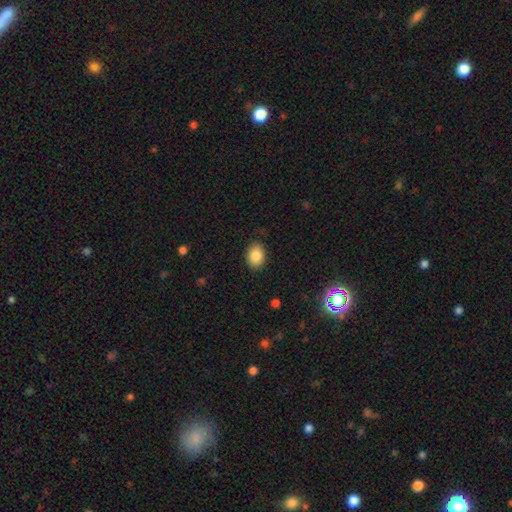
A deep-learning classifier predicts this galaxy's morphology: The model was most divided on "how rounded": in between: 71%, round: 28%, cigar-shaped: 1%. More confident: smooth or featured — smooth (86%); merging — none (86%).